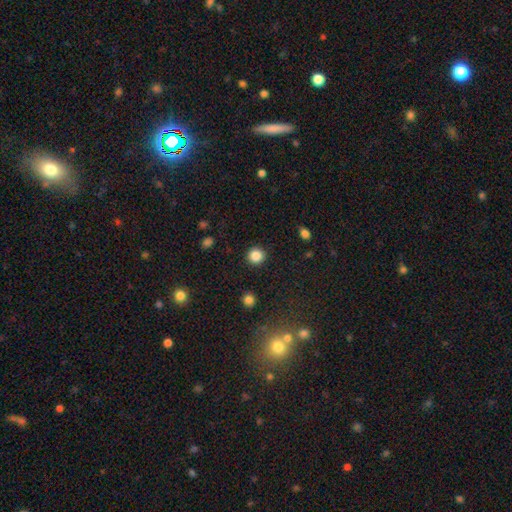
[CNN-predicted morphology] smooth-or-featured: smooth: 86% | star or artifact: 10% | featured or disk: 4%
  how-rounded: round: 94% | in between: 5% | cigar-shaped: 1%
  merging: none: 92% | minor disturbance: 5% | major disturbance: 2% | merger: 1%